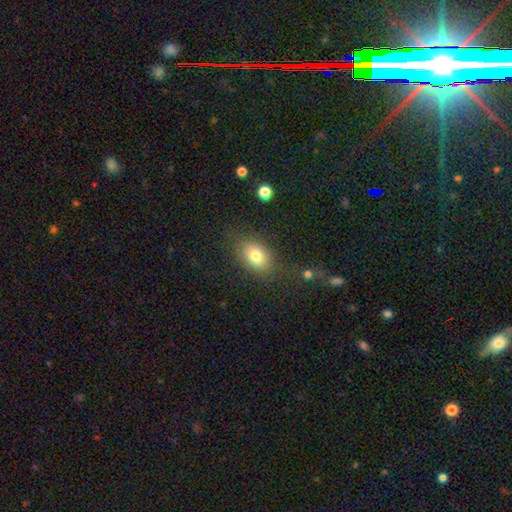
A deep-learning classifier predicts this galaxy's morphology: Smooth or featured: smooth — 79% (featured or disk — 11%)
How rounded: in between — 77% (round — 22%)
Merging: none — 79% (minor disturbance — 13%)